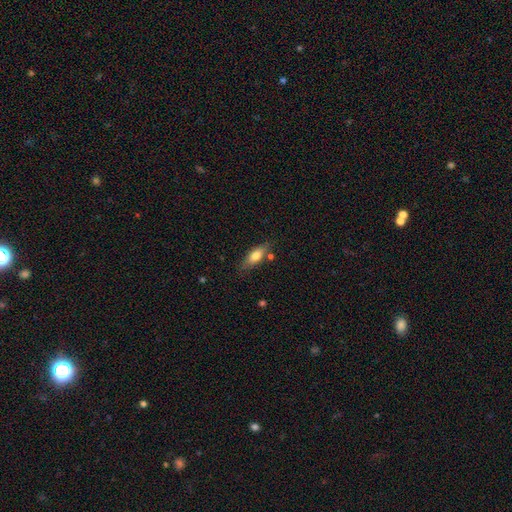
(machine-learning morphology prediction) A smooth galaxy with no disk features (71%) that is in between round and cigar-shaped (68%).

Vote fractions:
- Smooth or featured? smooth: 71% / featured or disk: 22% / star or artifact: 7%
- How rounded? in between: 68% / cigar-shaped: 29% / round: 3%
- Merging? none: 73% / minor disturbance: 17% / merger: 6% / major disturbance: 4%